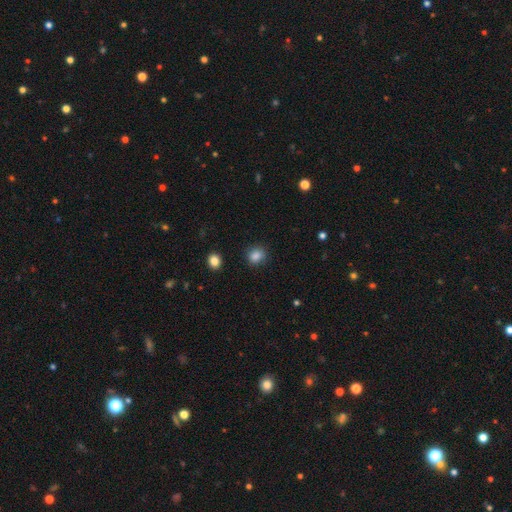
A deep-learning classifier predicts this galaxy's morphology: A smooth galaxy with no disk features (85%) that is round (72%).

Vote fractions:
- Smooth or featured? smooth: 85% / star or artifact: 11% / featured or disk: 4%
- How rounded? round: 72% / in between: 27% / cigar-shaped: 1%
- Merging? none: 85% / minor disturbance: 10% / major disturbance: 3% / merger: 2%